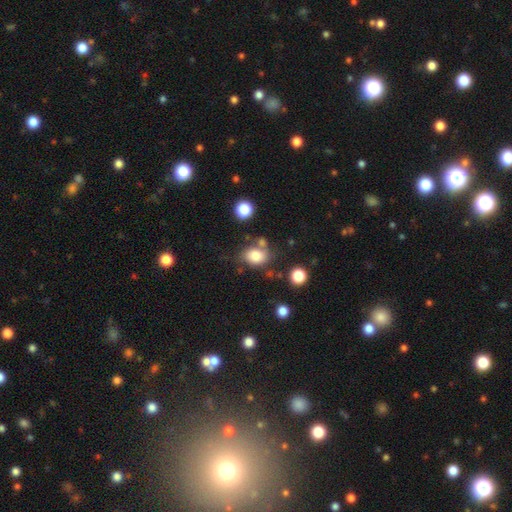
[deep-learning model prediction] Q: Smooth or featured?
A: smooth (80%); runner-up: star or artifact (10%)
Q: How rounded?
A: in between (61%); runner-up: round (38%)
Q: Merging?
A: none (59%); runner-up: minor disturbance (19%)